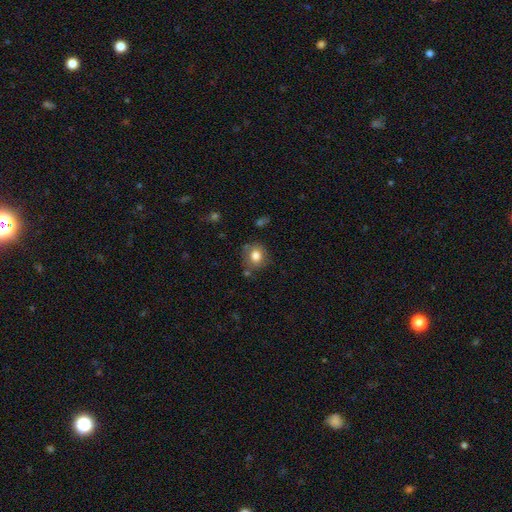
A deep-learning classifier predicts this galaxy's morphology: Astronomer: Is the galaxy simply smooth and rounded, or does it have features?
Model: smooth — 81%.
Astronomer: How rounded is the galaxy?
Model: round — 77%.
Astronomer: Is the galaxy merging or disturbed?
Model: none — 76%.